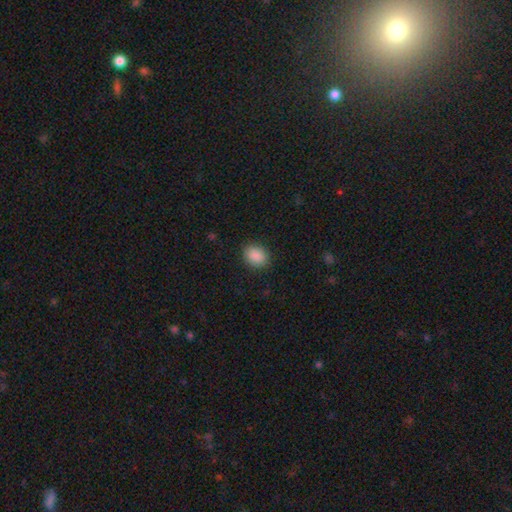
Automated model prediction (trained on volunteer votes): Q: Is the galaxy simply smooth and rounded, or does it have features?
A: smooth — 89%.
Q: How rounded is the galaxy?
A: in between — 54%.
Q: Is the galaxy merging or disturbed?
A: none — 89%.